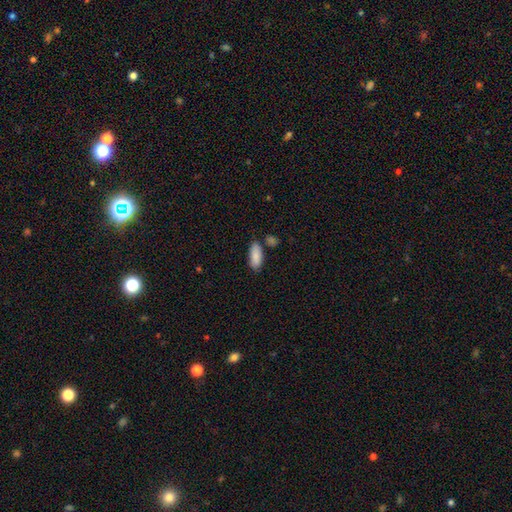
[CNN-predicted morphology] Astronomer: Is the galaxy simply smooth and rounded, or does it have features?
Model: smooth — 89%.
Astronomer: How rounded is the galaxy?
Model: in between — 81%.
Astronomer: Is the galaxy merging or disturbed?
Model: none — 76%.